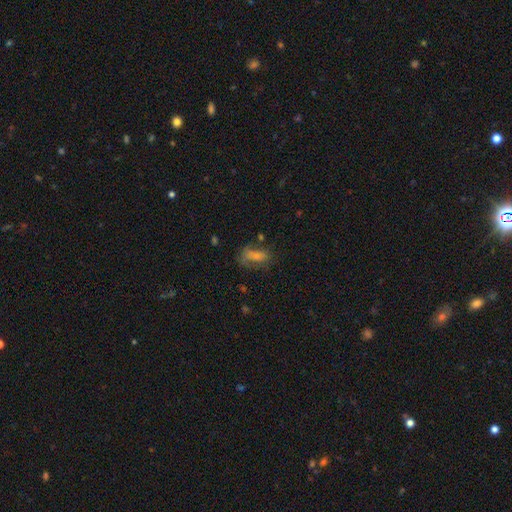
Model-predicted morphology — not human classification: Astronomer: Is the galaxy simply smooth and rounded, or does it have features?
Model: smooth — 59%.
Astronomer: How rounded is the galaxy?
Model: in between — 83%.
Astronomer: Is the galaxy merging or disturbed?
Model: none — 42% (runner-up: minor disturbance, 26%).